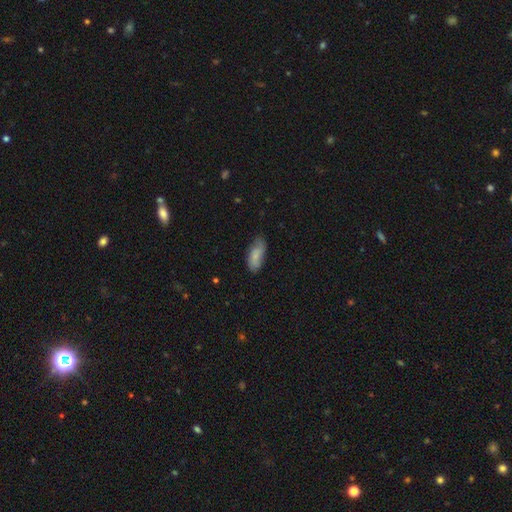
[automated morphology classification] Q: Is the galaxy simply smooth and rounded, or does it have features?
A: smooth — 80%.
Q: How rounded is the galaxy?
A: in between — 84%.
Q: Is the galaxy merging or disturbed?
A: none — 65%.